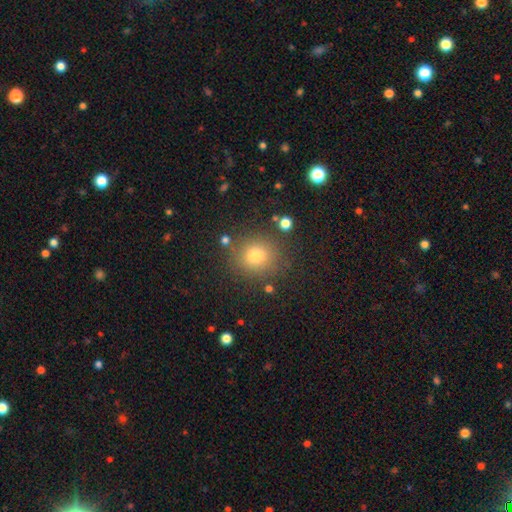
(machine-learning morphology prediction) Smooth or featured: smooth — 76% (star or artifact — 16%)
How rounded: round — 87% (in between — 12%)
Merging: none — 84% (minor disturbance — 9%)